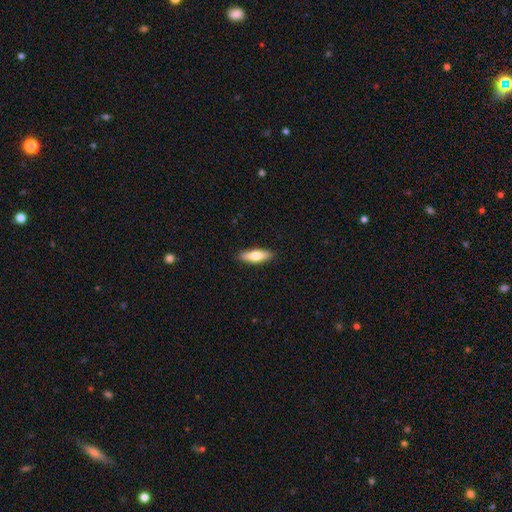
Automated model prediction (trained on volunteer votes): Overall: smooth (71%). How rounded: in between (52%; cigar-shaped 46%). Merging: none (88%).